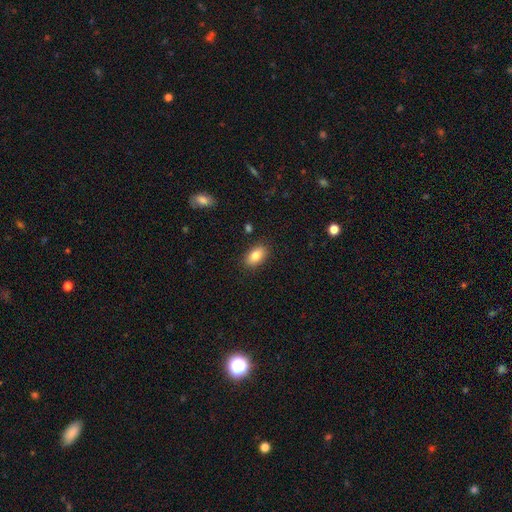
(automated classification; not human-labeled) Smooth or featured? smooth (83%)
How rounded? in between (91%)
Merging? none (87%)